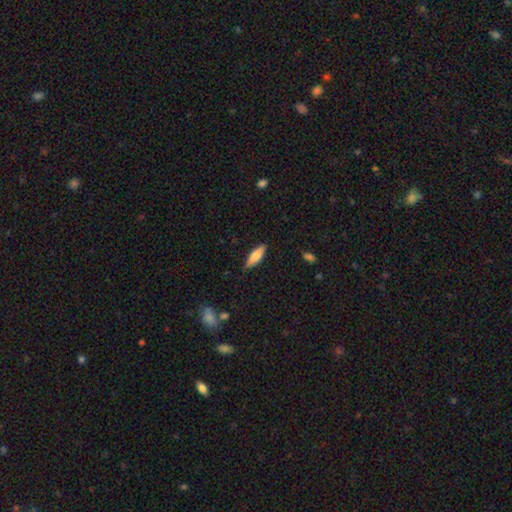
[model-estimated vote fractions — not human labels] smooth 66%, featured or disk 28%, star or artifact 6%. Down the decision tree: how rounded — in between (49%, tied with cigar-shaped); merging — none (83%).